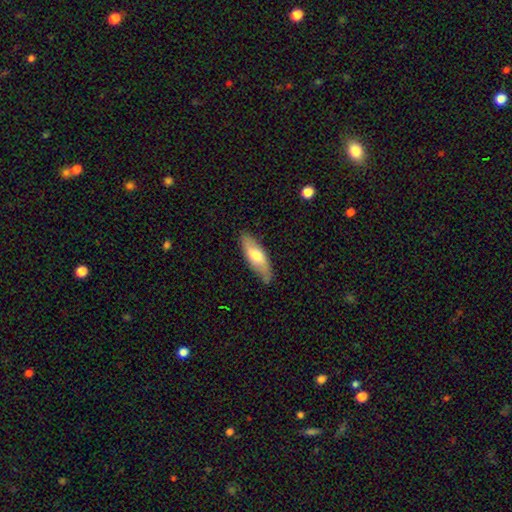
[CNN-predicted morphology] Smooth or featured?
  - smooth: 63% *
  - featured or disk: 32%
  - star or artifact: 5%
How rounded?
  - in between: 60% *
  - cigar-shaped: 38%
  - round: 2%
Merging?
  - none: 80% *
  - minor disturbance: 16%
  - major disturbance: 3%
  - merger: 1%